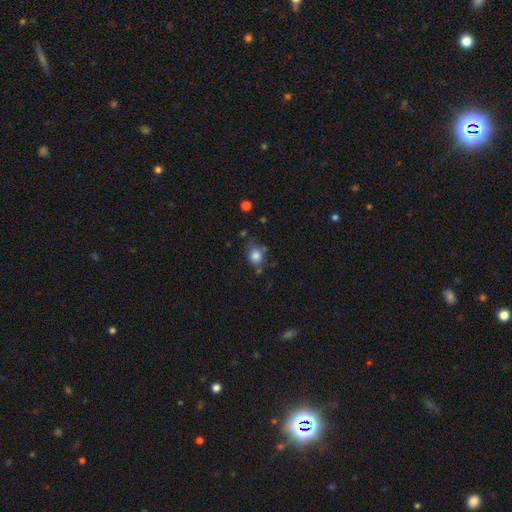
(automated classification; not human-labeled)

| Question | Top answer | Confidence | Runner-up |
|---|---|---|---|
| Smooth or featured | smooth | 83% | star or artifact (10%) |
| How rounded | round | 67% | in between (31%) |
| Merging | none | 65% | minor disturbance (21%) |